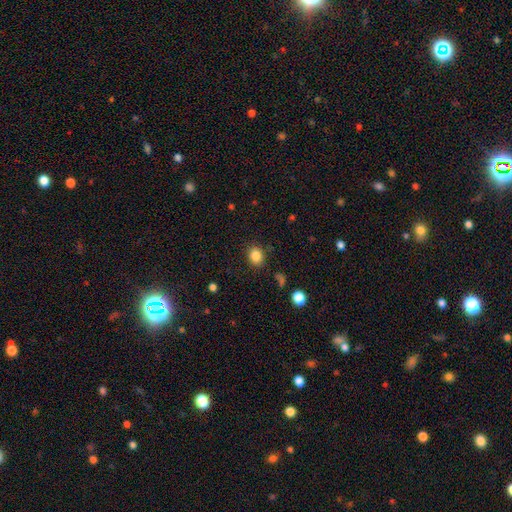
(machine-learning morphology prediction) This appears to be a smooth galaxy with no disk features (84%) that is round (61%). Merging: none (87%).